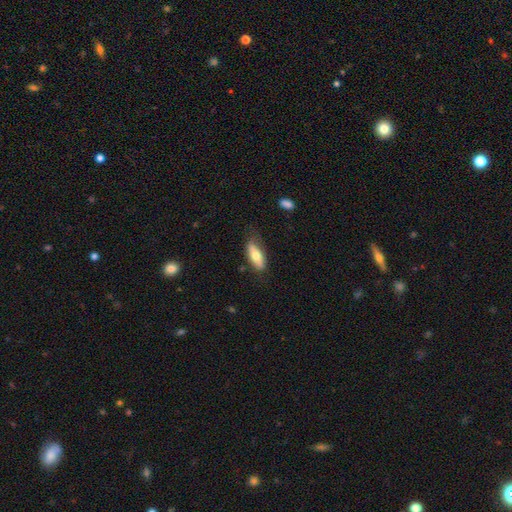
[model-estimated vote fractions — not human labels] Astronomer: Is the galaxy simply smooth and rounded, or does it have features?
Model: smooth — 67%.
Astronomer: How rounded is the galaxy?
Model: in between — 73%.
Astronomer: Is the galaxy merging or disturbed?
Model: none — 66%.